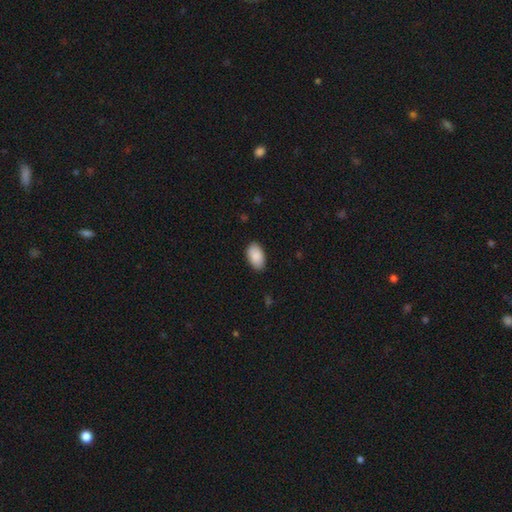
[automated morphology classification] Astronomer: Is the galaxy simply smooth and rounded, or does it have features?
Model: smooth — 90%.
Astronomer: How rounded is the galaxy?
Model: in between — 95%.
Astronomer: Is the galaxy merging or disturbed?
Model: none — 87%.